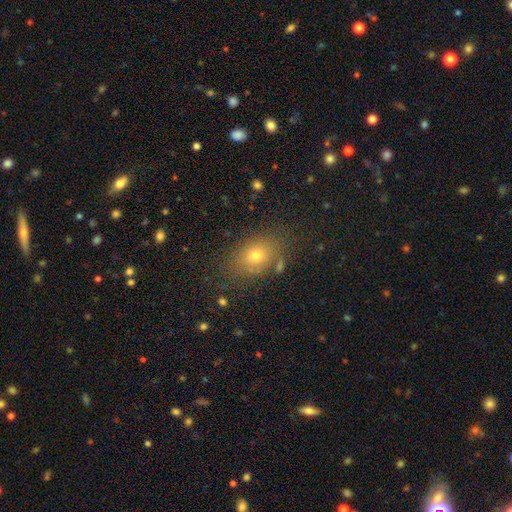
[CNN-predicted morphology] smooth_or_featured: smooth (p=0.72) [alt: star or artifact p=0.15]
how_rounded: in between (p=0.67) [alt: round p=0.31]
merging: none (p=0.78) [alt: minor disturbance p=0.13]